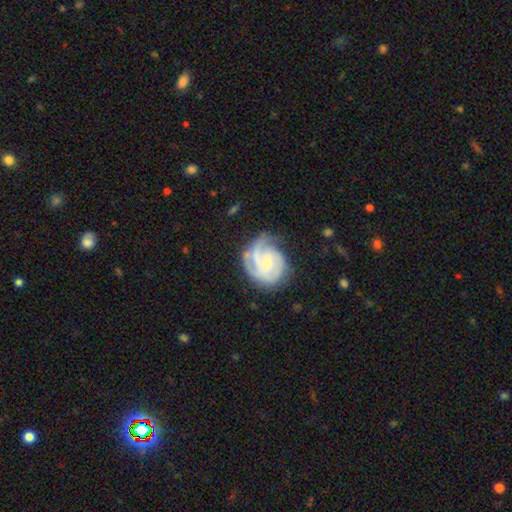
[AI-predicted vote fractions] Smooth or featured? featured or disk (86%)
Edge-on disk? no (98%)
Bar? no (64%)
Spiral arms? yes (97%)
Spiral winding? tight (64%)
Spiral arm count? 3 (44%)
Bulge size? small (65%)
Merging? none (66%)